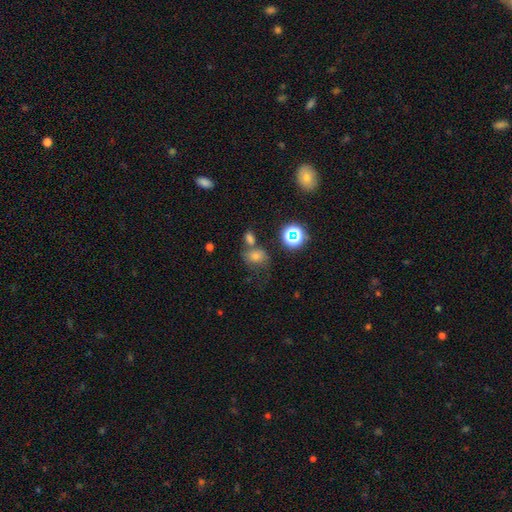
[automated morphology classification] Smooth or featured? smooth (66%)
How rounded? in between (54%)
Merging? none (44%)